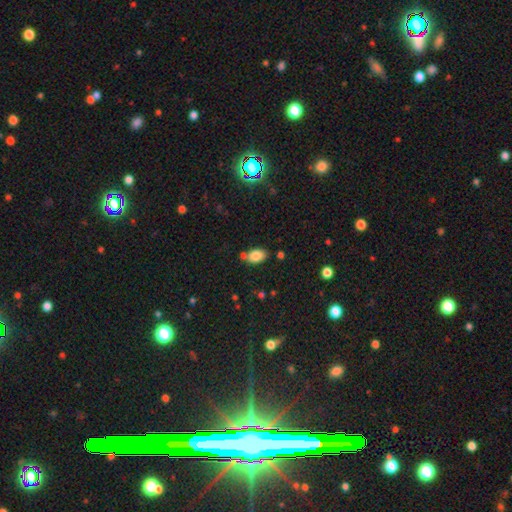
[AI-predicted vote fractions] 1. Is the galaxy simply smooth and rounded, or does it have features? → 84% smooth, 9% star or artifact, 7% featured or disk.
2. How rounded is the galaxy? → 90% in between, 9% round, 2% cigar-shaped.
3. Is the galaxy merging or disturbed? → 68% none, 14% minor disturbance, 14% merger, 4% major disturbance.